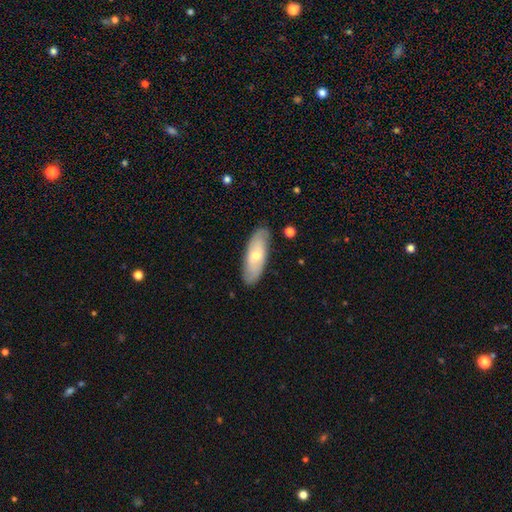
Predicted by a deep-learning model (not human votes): Morphology: type=smooth (55%); roundness=in between (66%); merging=none (85%).